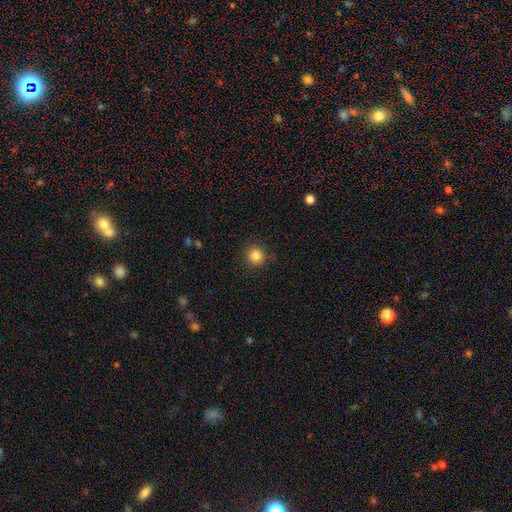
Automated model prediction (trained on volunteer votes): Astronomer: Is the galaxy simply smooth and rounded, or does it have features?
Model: smooth — 84%.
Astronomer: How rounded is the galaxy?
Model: round — 93%.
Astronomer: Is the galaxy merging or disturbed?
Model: none — 88%.